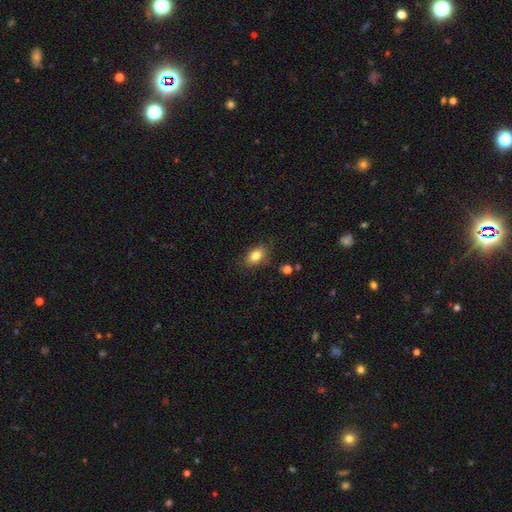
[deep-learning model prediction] Overall: smooth (82%). How rounded: in between (84%). Merging: none (80%).